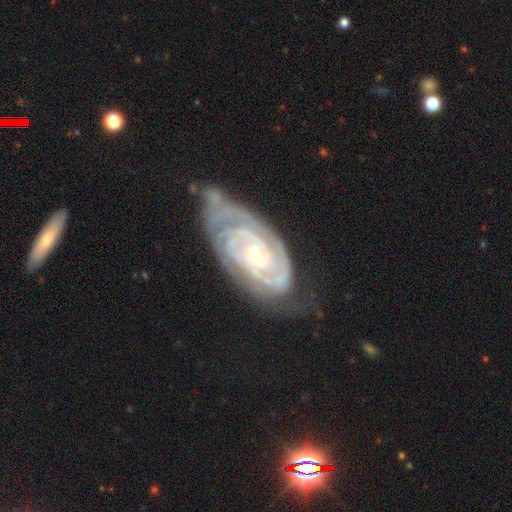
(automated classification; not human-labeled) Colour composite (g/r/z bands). It shows a featured or disk galaxy (90%) with no bar (54%), 2 (46%) tight (81%) spiral arms (98%) and a small central bulge (56%). Merging: none (55%).